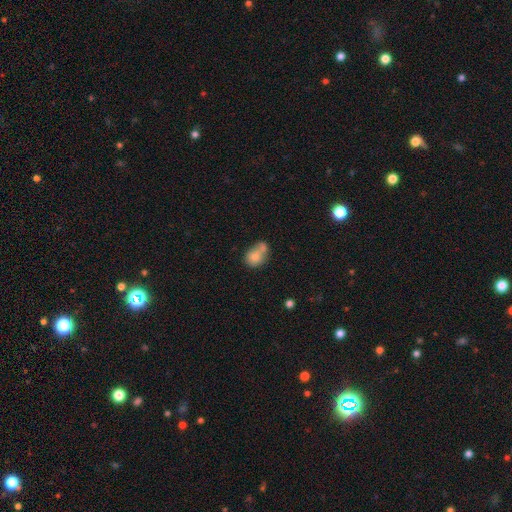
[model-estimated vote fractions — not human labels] smooth_or_featured: smooth (p=0.76) [alt: featured or disk p=0.15]
how_rounded: round (p=0.53) [alt: in between p=0.45]
merging: merger (p=0.53) [alt: none p=0.29]